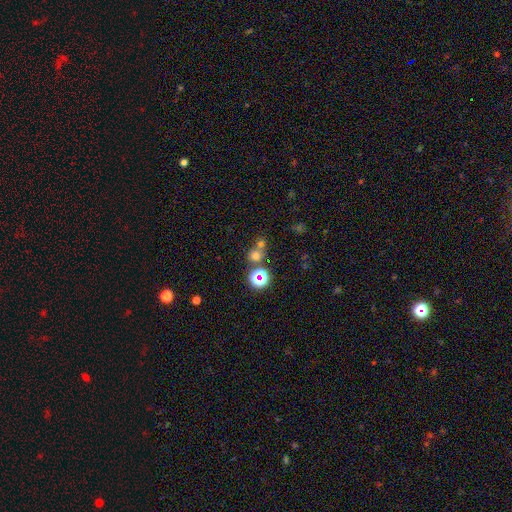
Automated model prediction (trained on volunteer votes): A smooth galaxy with no disk features (60%) that is round (86%). Merging: none (55%).